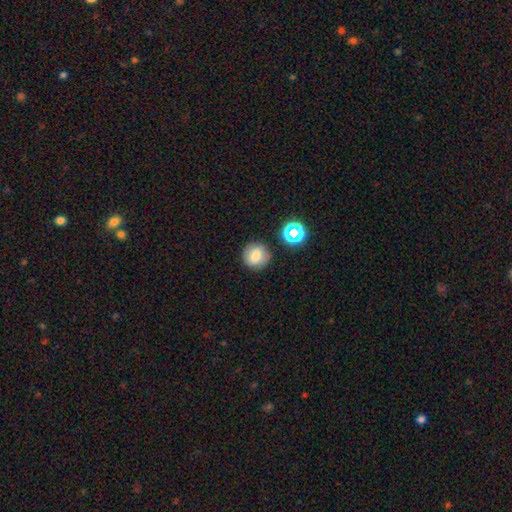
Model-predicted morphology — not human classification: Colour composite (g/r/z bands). It shows a smooth galaxy with no disk features (76%) that is round (90%). Merging: none (83%).